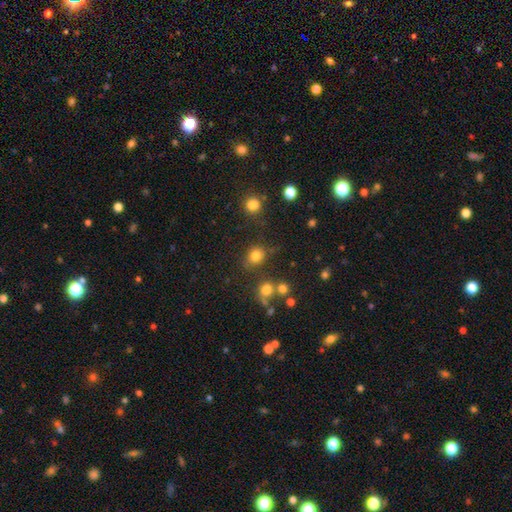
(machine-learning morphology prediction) smooth-or-featured: smooth: 79% | star or artifact: 15% | featured or disk: 6%
  how-rounded: round: 70% | in between: 29% | cigar-shaped: 1%
  merging: none: 70% | minor disturbance: 15% | merger: 9% | major disturbance: 6%